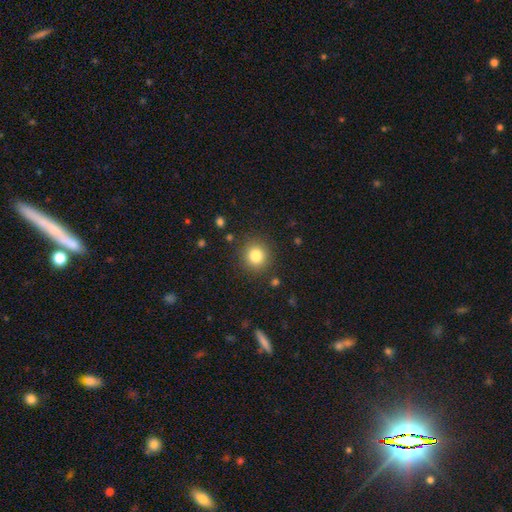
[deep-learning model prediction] Q: Smooth or featured?
A: smooth (82%); runner-up: star or artifact (11%)
Q: How rounded?
A: round (92%); runner-up: in between (7%)
Q: Merging?
A: none (88%); runner-up: minor disturbance (7%)